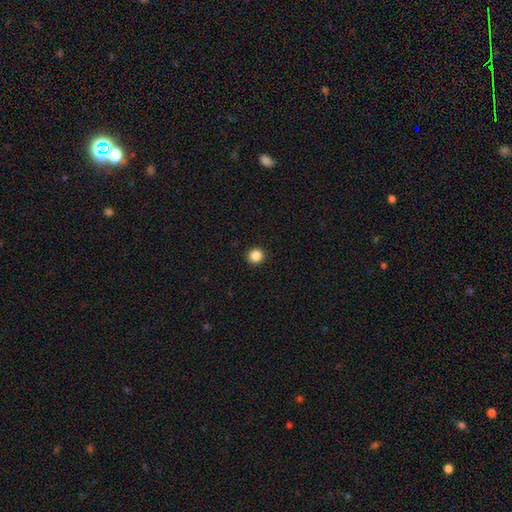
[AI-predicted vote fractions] A smooth galaxy with no disk features (87%) that is round (94%).

Vote fractions:
- Smooth or featured? smooth: 87% / star or artifact: 11% / featured or disk: 3%
- How rounded? round: 94% / in between: 5% / cigar-shaped: 1%
- Merging? none: 93% / minor disturbance: 4% / major disturbance: 2% / merger: 1%